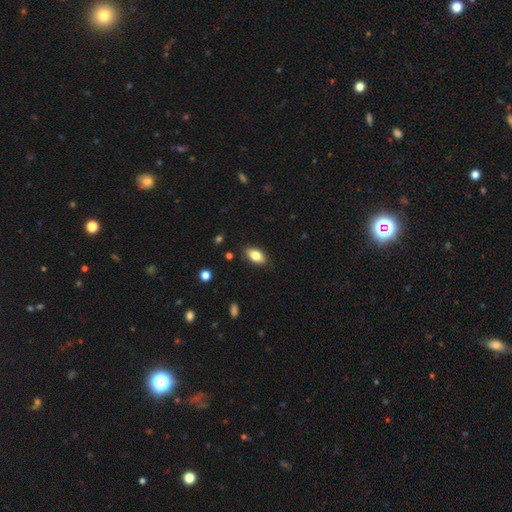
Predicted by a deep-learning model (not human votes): This is clearly a smooth galaxy (81%). How rounded: clearly in between (90%). Merging: clearly none (86%).